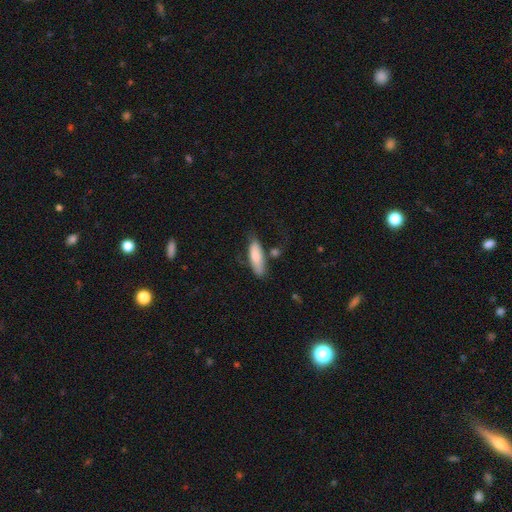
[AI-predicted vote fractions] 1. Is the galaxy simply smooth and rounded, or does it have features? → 78% smooth, 16% featured or disk, 6% star or artifact.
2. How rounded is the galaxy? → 56% in between, 43% cigar-shaped, 2% round.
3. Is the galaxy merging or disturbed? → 61% none, 24% minor disturbance, 8% merger, 7% major disturbance.